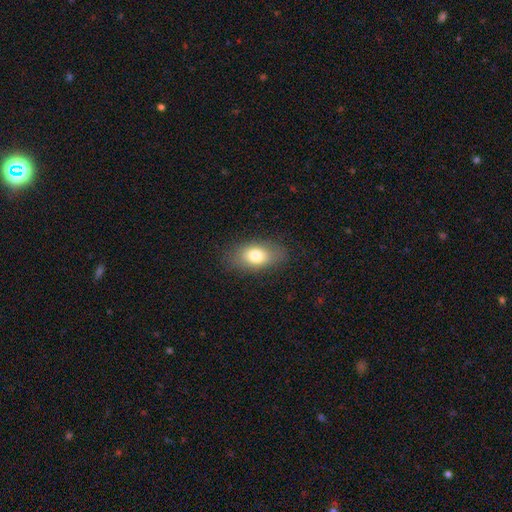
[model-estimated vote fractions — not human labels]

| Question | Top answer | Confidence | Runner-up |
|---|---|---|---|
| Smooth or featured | smooth | 76% | featured or disk (16%) |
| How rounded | in between | 88% | round (9%) |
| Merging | none | 81% | minor disturbance (13%) |